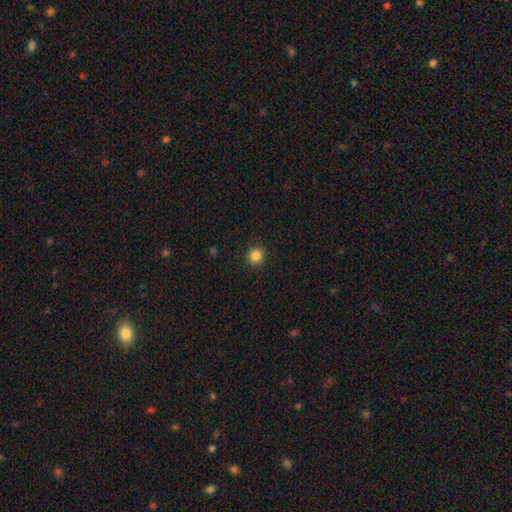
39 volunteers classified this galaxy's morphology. Volunteers were most divided on "smooth or featured": smooth: 85%, star or artifact: 10%, featured or disk: 5%. More confident: merging — none (89%); how rounded — round (88%).